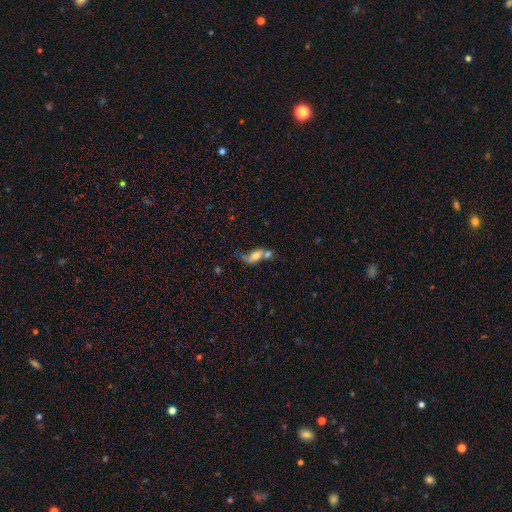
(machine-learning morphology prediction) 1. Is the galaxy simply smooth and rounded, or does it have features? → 56% smooth, 34% featured or disk, 10% star or artifact.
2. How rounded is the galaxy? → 76% in between, 14% cigar-shaped, 10% round.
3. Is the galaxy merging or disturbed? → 51% merger, 22% none, 14% minor disturbance, 13% major disturbance.